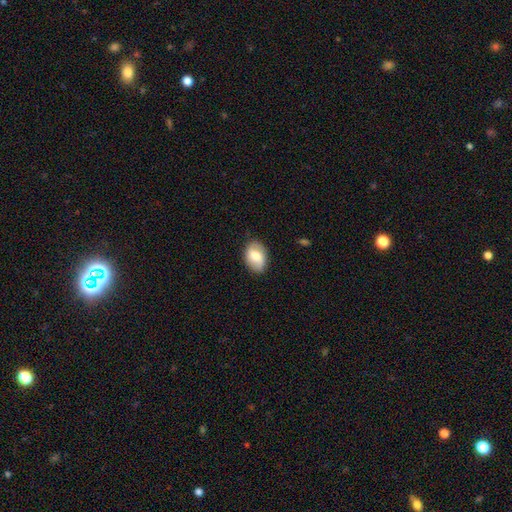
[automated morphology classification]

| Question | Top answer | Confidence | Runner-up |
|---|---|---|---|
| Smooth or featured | smooth | 61% | featured or disk (32%) |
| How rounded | in between | 84% | round (14%) |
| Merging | none | 81% | minor disturbance (15%) |